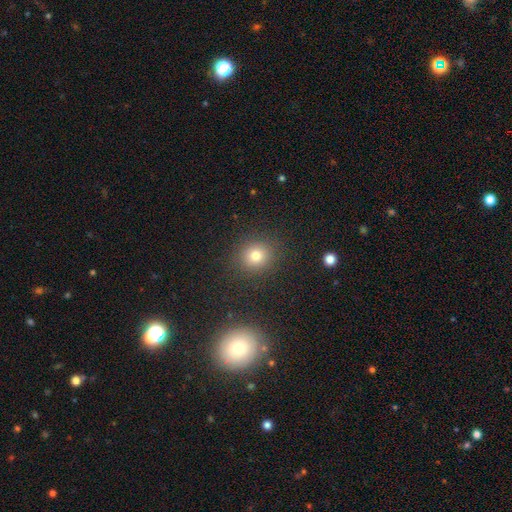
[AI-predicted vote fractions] smooth-or-featured: smooth: 76% | star or artifact: 16% | featured or disk: 8%
  how-rounded: round: 82% | in between: 16% | cigar-shaped: 1%
  merging: none: 87% | minor disturbance: 7% | major disturbance: 3% | merger: 2%